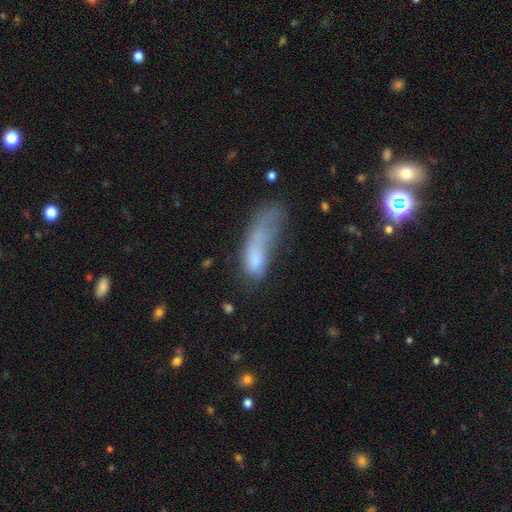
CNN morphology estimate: smooth-or-featured: smooth: 63% | featured or disk: 26% | star or artifact: 11%
  how-rounded: in between: 61% | cigar-shaped: 34% | round: 5%
  merging: major disturbance: 56% | minor disturbance: 18% | none: 15% | merger: 11%